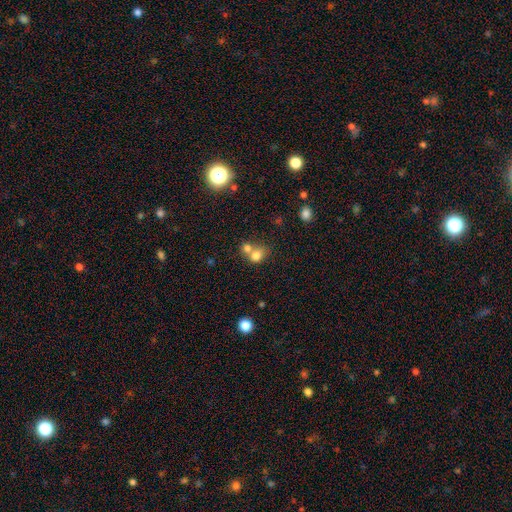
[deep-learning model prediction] This is likely a smooth galaxy (76%). How rounded: possibly round (59%). Merging: possibly merger (60%).